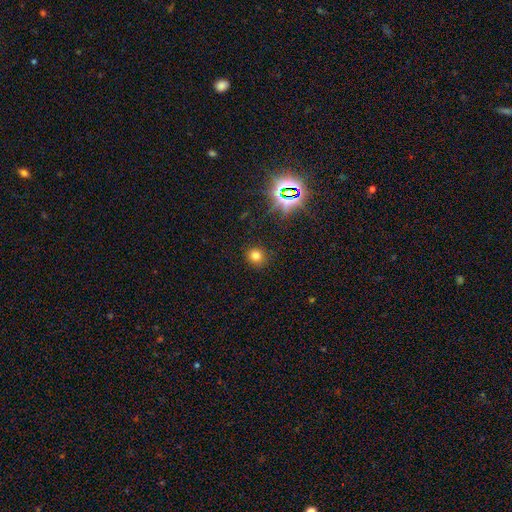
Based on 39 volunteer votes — Smooth or featured?
  - smooth: 85% *
  - star or artifact: 10%
  - featured or disk: 5%
How rounded?
  - round: 88% *
  - in between: 12%
  - cigar-shaped: 0%
Merging?
  - none: 83% *
  - minor disturbance: 11%
  - major disturbance: 3%
  - merger: 3%